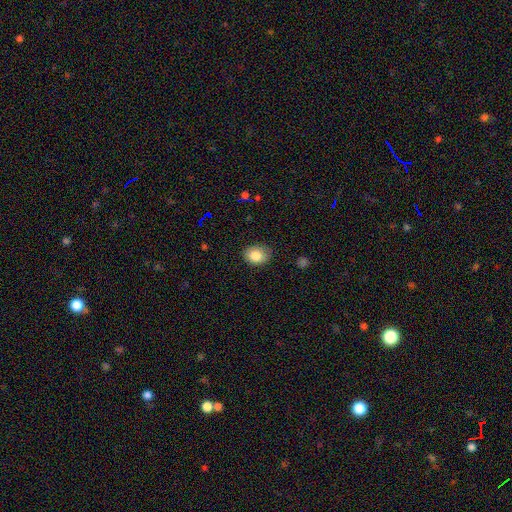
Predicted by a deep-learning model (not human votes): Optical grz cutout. It shows a smooth galaxy with no disk features (84%) that is in between round and cigar-shaped (63%). Merging: none (81%).